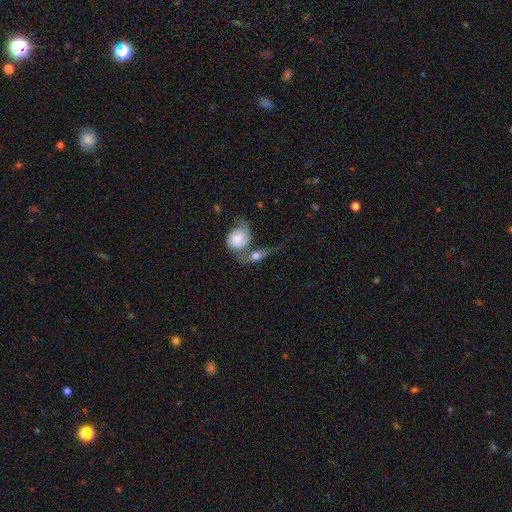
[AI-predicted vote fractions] Smooth or featured: featured or disk — 47% (smooth — 45%)
Merging: merger — 63% (none — 18%)